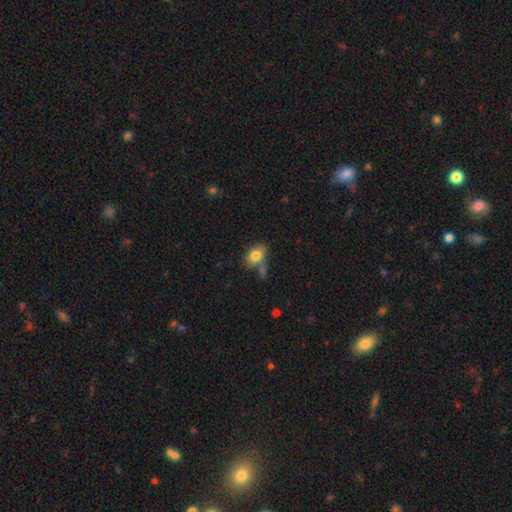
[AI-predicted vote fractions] Smooth or featured? smooth (80%)
How rounded? in between (82%)
Merging? none (55%)